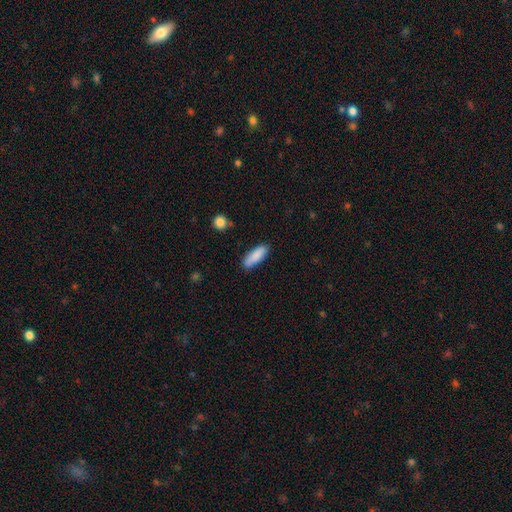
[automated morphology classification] A smooth galaxy with no disk features (86%) that is in between round and cigar-shaped (56%). Merging: none (80%).